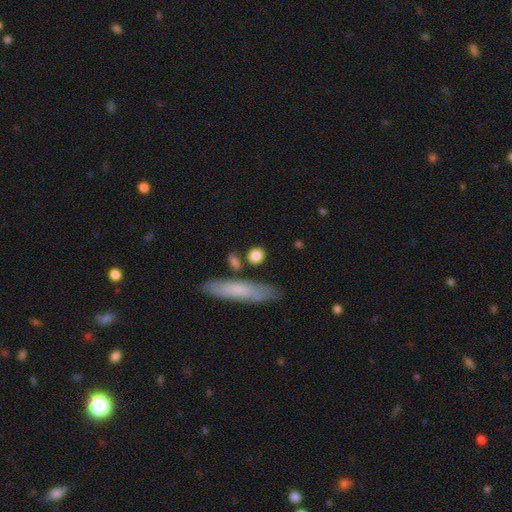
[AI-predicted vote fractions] Smooth or featured?
  - smooth: 84% *
  - featured or disk: 10%
  - star or artifact: 6%
How rounded?
  - round: 64% *
  - in between: 26%
  - cigar-shaped: 11%
Merging?
  - none: 76% *
  - minor disturbance: 12%
  - merger: 8%
  - major disturbance: 4%